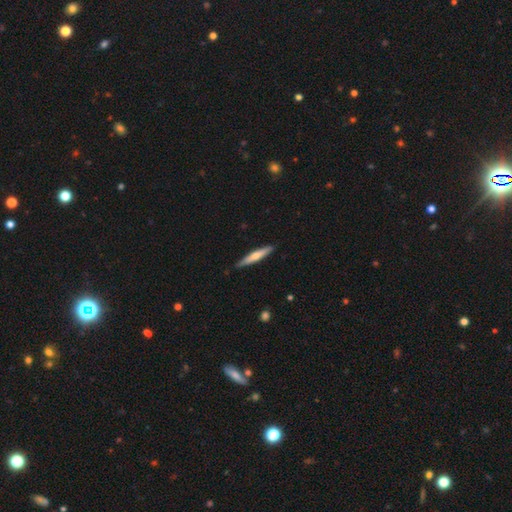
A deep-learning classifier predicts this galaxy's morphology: smooth-or-featured: smooth: 52% | featured or disk: 43% | star or artifact: 5%
  how-rounded: cigar-shaped: 92% | in between: 7% | round: 1%
  merging: none: 88% | minor disturbance: 10% | major disturbance: 2% | merger: 1%